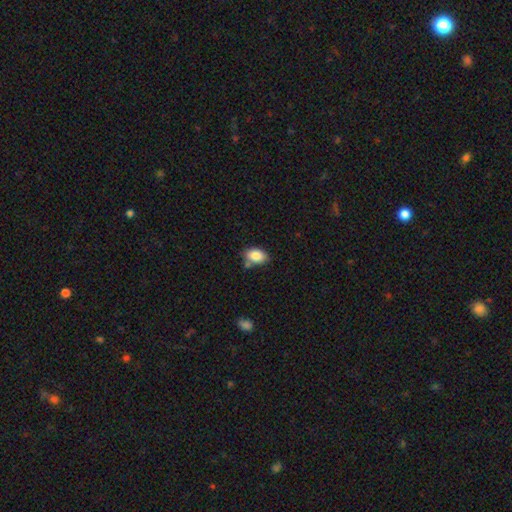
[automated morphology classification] Smooth or featured?
  - smooth: 86% *
  - star or artifact: 8%
  - featured or disk: 6%
How rounded?
  - in between: 87% *
  - round: 12%
  - cigar-shaped: 1%
Merging?
  - none: 68% *
  - minor disturbance: 17%
  - merger: 10%
  - major disturbance: 4%